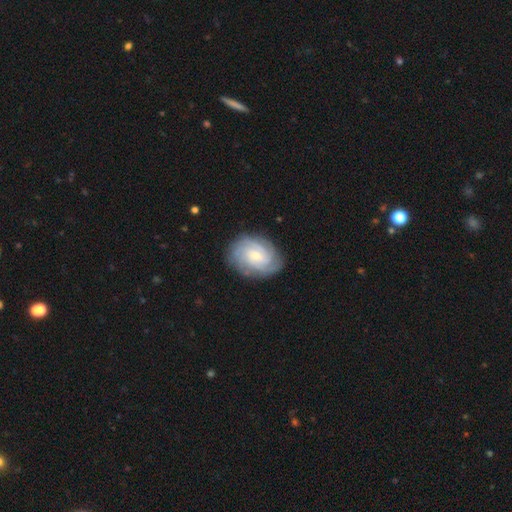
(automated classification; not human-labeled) featured or disk 78%, smooth 16%, star or artifact 7%. Down the decision tree: edge-on disk — no (97%); bar — no (54%); spiral arms — yes (96%); spiral arm count — can't tell (33%); spiral winding — tight (71%); bulge size — small (65%); merging — none (82%).